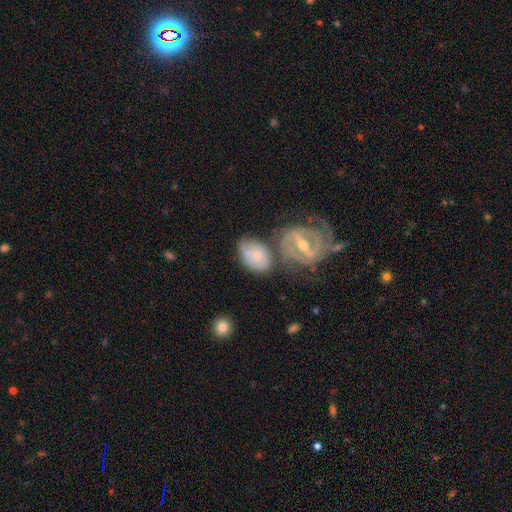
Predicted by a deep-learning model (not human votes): A featured or disk galaxy (50%). Merging: none (38%).